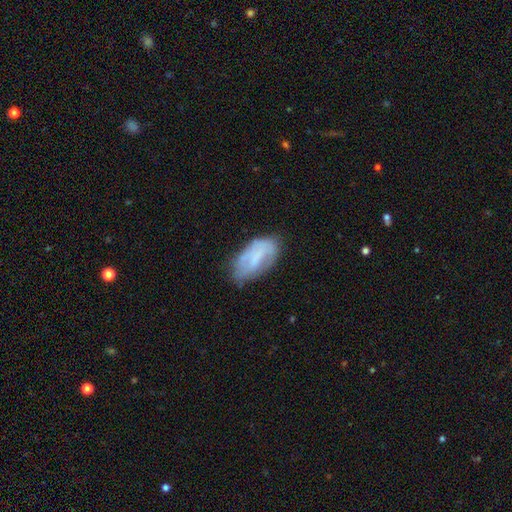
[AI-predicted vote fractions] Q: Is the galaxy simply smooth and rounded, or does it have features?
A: smooth — 51%.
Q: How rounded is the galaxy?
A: in between — 92%.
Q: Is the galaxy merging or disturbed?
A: none — 55%.